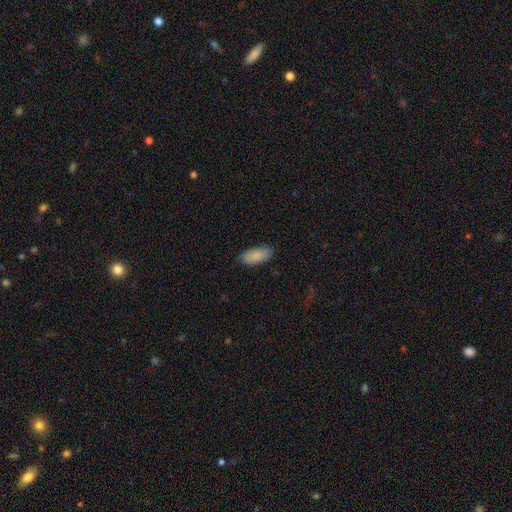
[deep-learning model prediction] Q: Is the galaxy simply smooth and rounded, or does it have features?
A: smooth — 88%.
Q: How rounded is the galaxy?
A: in between — 87%.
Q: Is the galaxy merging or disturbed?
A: none — 84%.